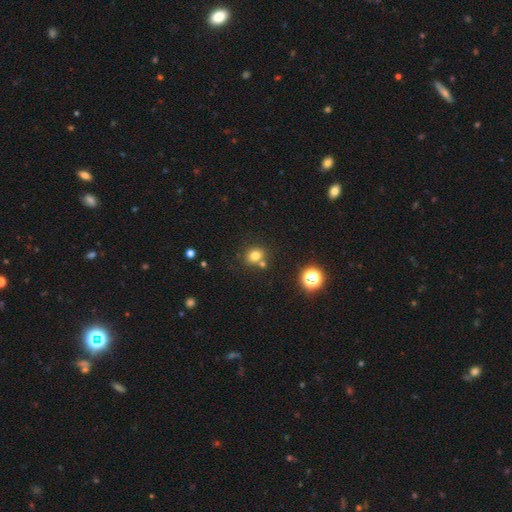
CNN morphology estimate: smooth 77%, star or artifact 15%, featured or disk 8%. Down the decision tree: how rounded — round (53%); merging — none (67%).